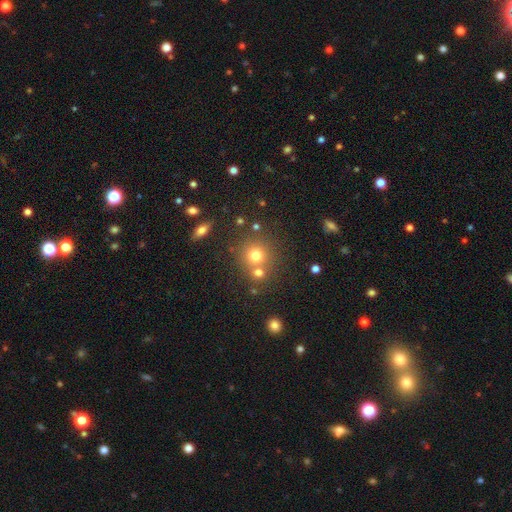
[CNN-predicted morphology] type=smooth (73%); roundness=round (89%); merging=none (62%).